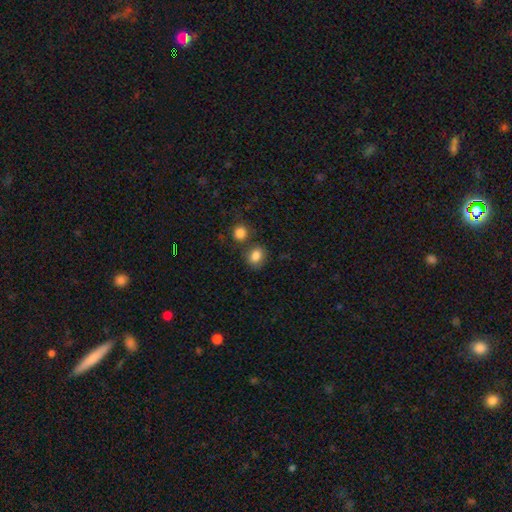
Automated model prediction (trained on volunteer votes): This is clearly a smooth galaxy (84%). How rounded: possibly round (49%, tied with in between). Merging: likely none (66%).